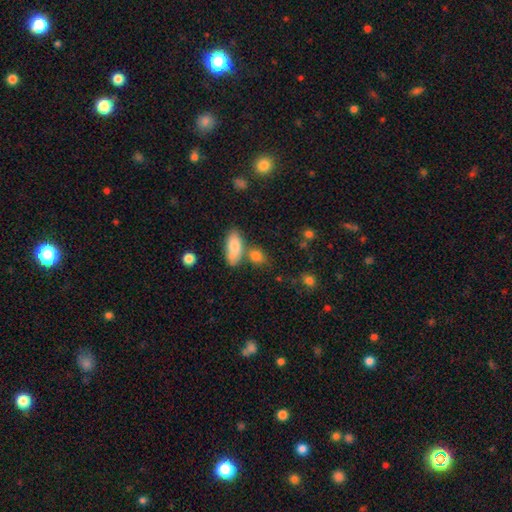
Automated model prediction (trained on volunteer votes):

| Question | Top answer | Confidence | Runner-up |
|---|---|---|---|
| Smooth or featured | smooth | 81% | star or artifact (10%) |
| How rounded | in between | 62% | round (31%) |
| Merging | none | 56% | merger (25%) |